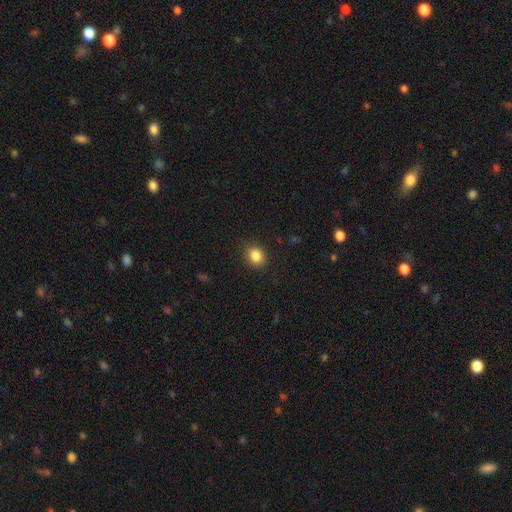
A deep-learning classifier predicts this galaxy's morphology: smooth-or-featured: smooth: 85% | star or artifact: 10% | featured or disk: 5%
  how-rounded: round: 66% | in between: 33% | cigar-shaped: 1%
  merging: none: 88% | minor disturbance: 8% | major disturbance: 2% | merger: 1%